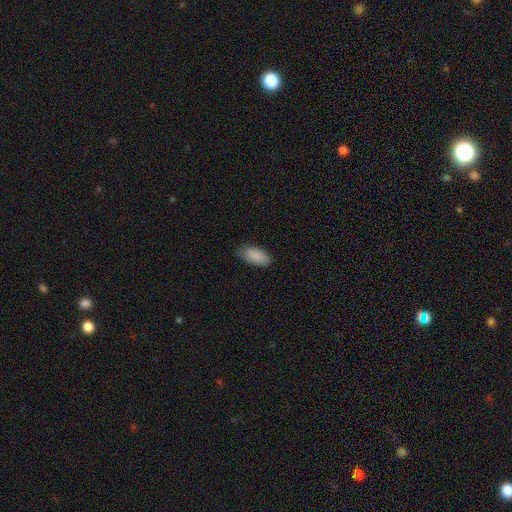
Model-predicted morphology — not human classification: A smooth galaxy with no disk features (89%) that is in between round and cigar-shaped (92%). Merging: none (81%).